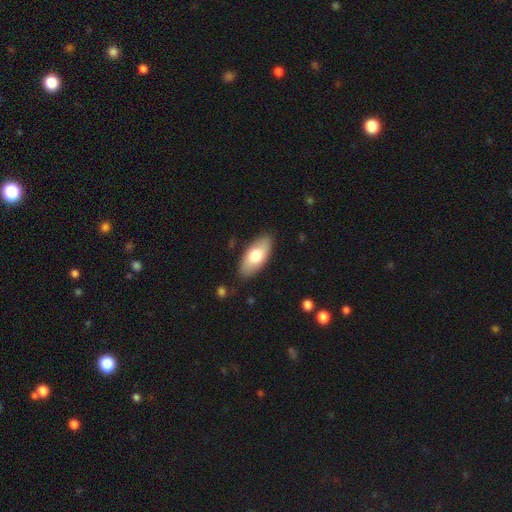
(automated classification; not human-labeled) Overall: smooth (73%). How rounded: in between (88%). Merging: none (86%).